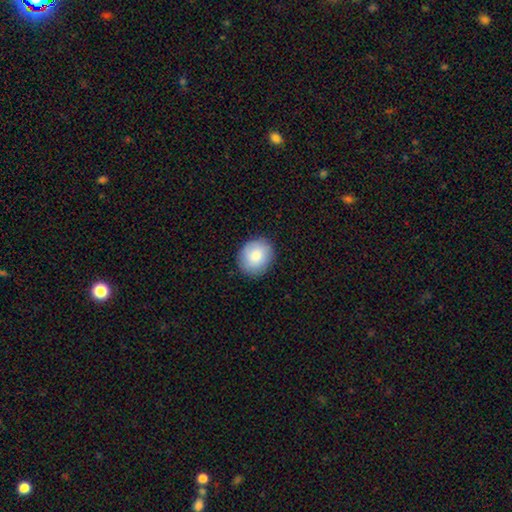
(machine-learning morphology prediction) This appears to be a smooth galaxy with no disk features (84%) that is round (64%). Merging: none (87%).